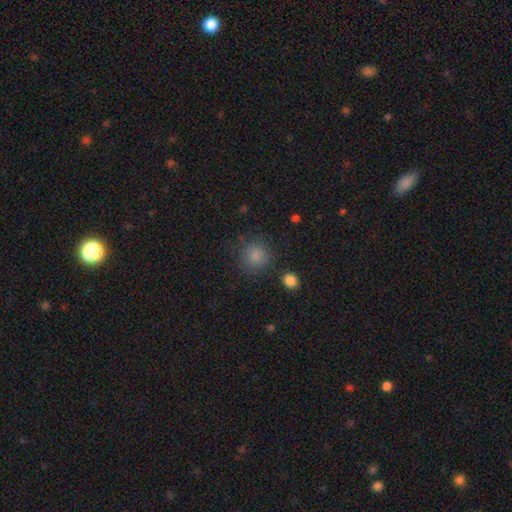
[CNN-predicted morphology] Smooth or featured: smooth — 84% (star or artifact — 12%)
How rounded: round — 88% (in between — 11%)
Merging: none — 79% (minor disturbance — 12%)